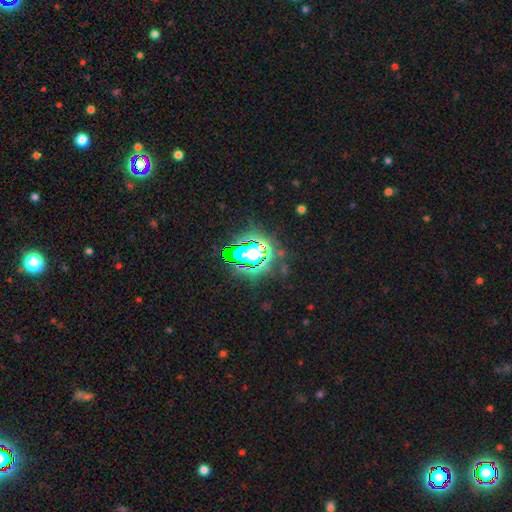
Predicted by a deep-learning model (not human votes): This appears to be a star or artifact, not a galaxy (83%).